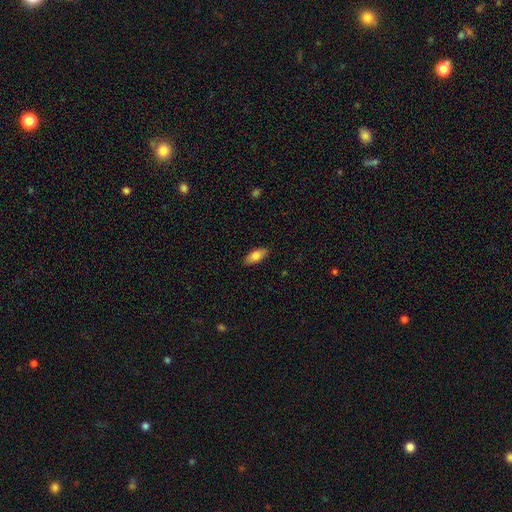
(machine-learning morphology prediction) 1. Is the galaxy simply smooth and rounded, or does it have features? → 82% smooth, 12% featured or disk, 7% star or artifact.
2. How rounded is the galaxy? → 85% in between, 13% cigar-shaped, 2% round.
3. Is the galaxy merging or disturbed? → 87% none, 10% minor disturbance, 2% major disturbance, 1% merger.